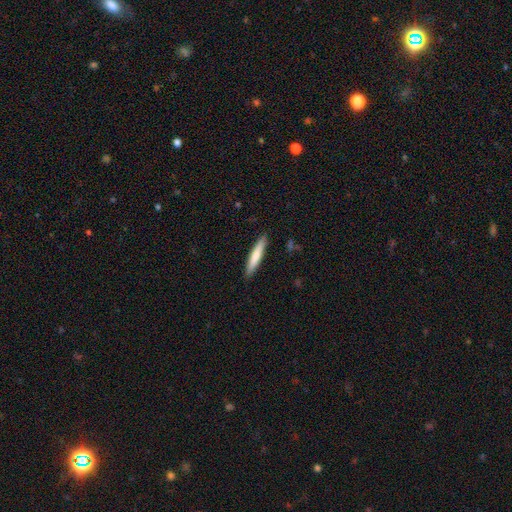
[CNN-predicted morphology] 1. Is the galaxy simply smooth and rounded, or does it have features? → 73% smooth, 22% featured or disk, 5% star or artifact.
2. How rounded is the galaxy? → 92% cigar-shaped, 7% in between, 1% round.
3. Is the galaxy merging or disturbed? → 90% none, 7% minor disturbance, 1% major disturbance, 1% merger.